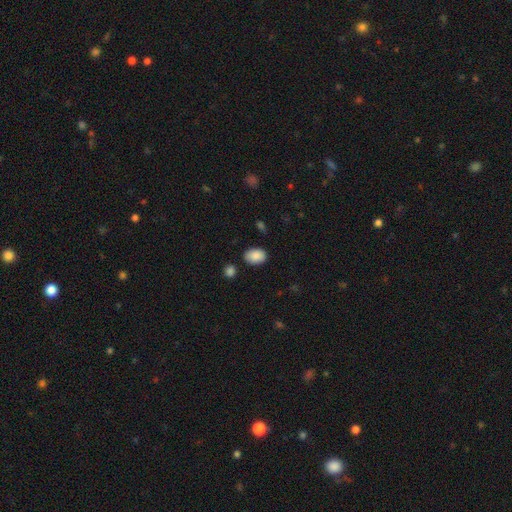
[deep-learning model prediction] Morphology: type=smooth (89%); roundness=in between (85%); merging=none (82%).